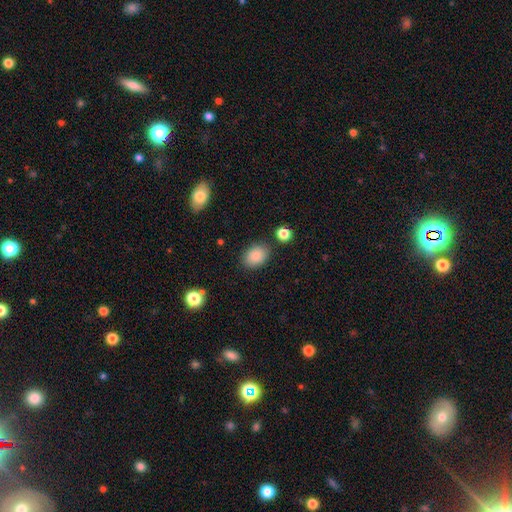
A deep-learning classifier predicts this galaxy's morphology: Smooth or featured?
  - smooth: 86% *
  - star or artifact: 8%
  - featured or disk: 5%
How rounded?
  - in between: 74% *
  - round: 25%
  - cigar-shaped: 1%
Merging?
  - none: 83% *
  - minor disturbance: 11%
  - merger: 3%
  - major disturbance: 3%